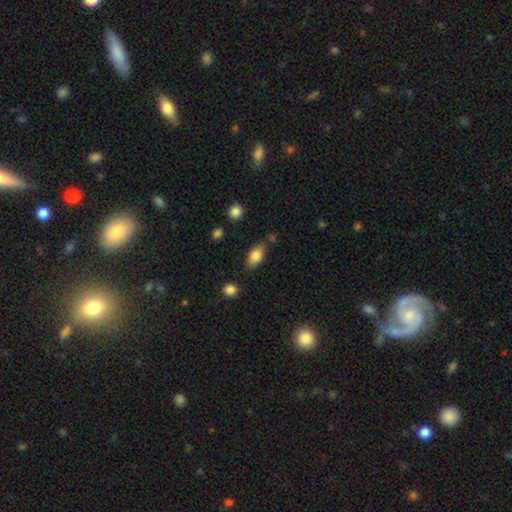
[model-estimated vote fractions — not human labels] smooth_or_featured: smooth (p=0.81) [alt: featured or disk p=0.11]
how_rounded: in between (p=0.88) [alt: round p=0.07]
merging: none (p=0.72) [alt: minor disturbance p=0.18]